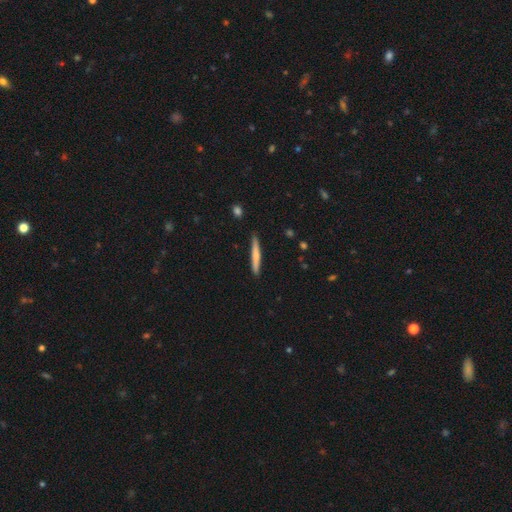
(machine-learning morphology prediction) A smooth galaxy with no disk features (63%) that is cigar-shaped (96%).

Vote fractions:
- Smooth or featured? smooth: 63% / featured or disk: 32% / star or artifact: 5%
- How rounded? cigar-shaped: 96% / in between: 3% / round: 1%
- Merging? none: 89% / minor disturbance: 9% / major disturbance: 1% / merger: 1%